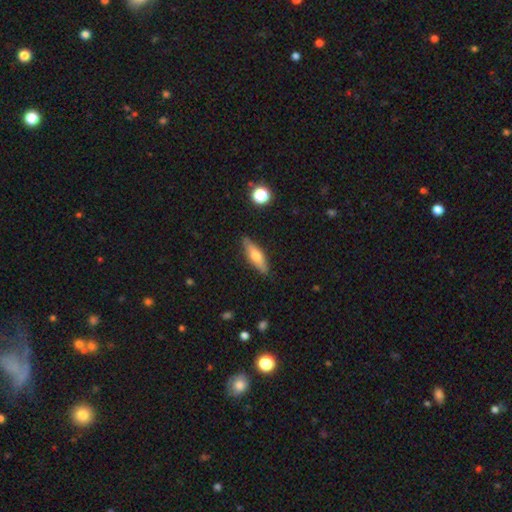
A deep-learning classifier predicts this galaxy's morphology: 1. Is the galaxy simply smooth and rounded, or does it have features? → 52% smooth, 41% featured or disk, 7% star or artifact.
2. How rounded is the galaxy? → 66% cigar-shaped, 31% in between, 2% round.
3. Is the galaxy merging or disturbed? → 87% none, 10% minor disturbance, 2% major disturbance, 1% merger.